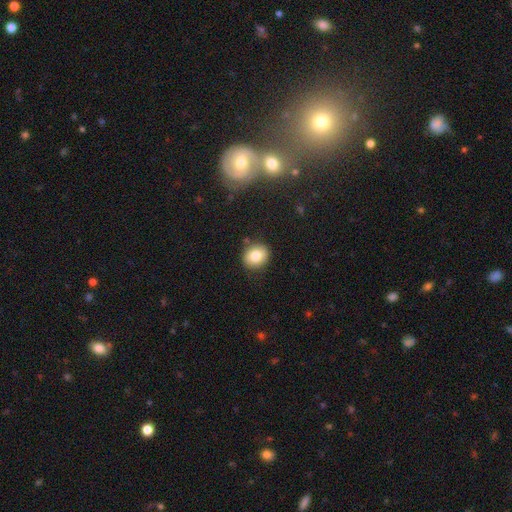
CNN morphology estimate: A smooth galaxy with no disk features (80%) that is round (74%).

Vote fractions:
- Smooth or featured? smooth: 80% / star or artifact: 10% / featured or disk: 10%
- How rounded? round: 74% / in between: 25% / cigar-shaped: 1%
- Merging? none: 84% / minor disturbance: 11% / merger: 3% / major disturbance: 2%